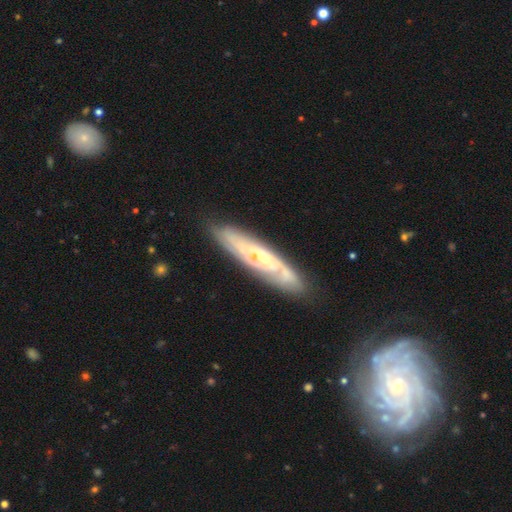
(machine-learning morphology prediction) smooth_or_featured: featured or disk (p=0.71) [alt: smooth p=0.22]
disk_edge_on: no (p=0.62) [alt: yes p=0.38]
merging: none (p=0.76) [alt: minor disturbance p=0.16]